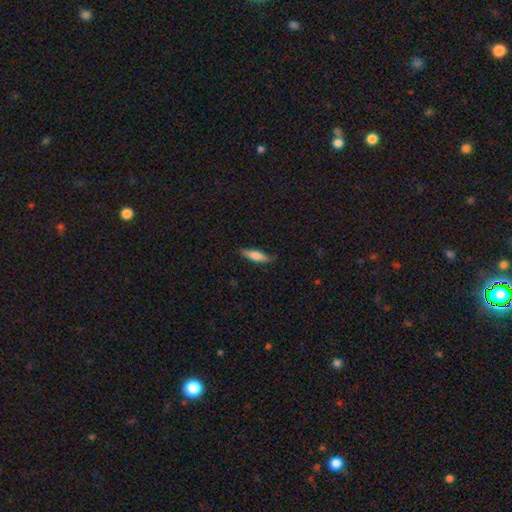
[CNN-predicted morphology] Smooth or featured?
  - smooth: 67% *
  - featured or disk: 27%
  - star or artifact: 6%
How rounded?
  - cigar-shaped: 67% *
  - in between: 31%
  - round: 2%
Merging?
  - none: 81% *
  - minor disturbance: 15%
  - major disturbance: 3%
  - merger: 1%